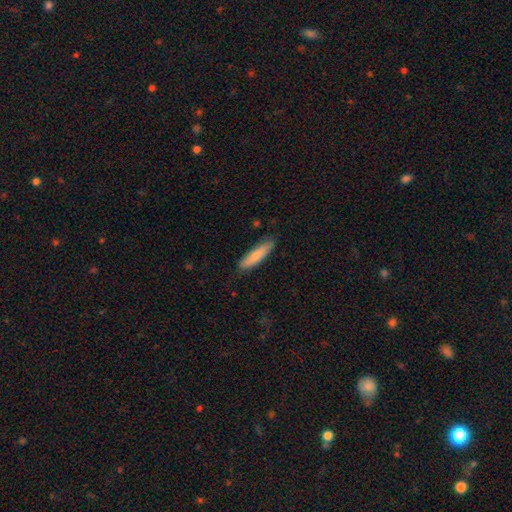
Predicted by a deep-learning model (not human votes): Morphology: type=smooth (80%); roundness=cigar-shaped (75%); merging=none (84%).